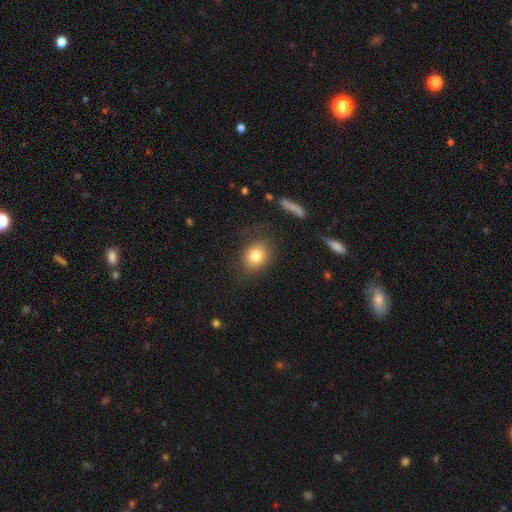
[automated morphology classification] This is likely a smooth galaxy (79%). How rounded: possibly round (57%). Merging: likely none (76%).